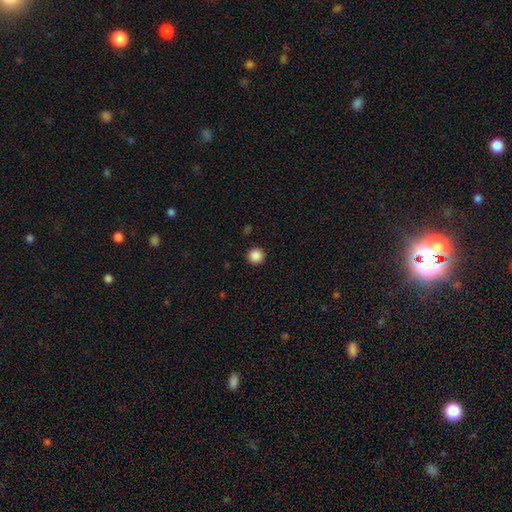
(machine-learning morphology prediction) Q: Smooth or featured?
A: smooth (87%); runner-up: star or artifact (10%)
Q: How rounded?
A: round (96%); runner-up: in between (3%)
Q: Merging?
A: none (93%); runner-up: minor disturbance (5%)